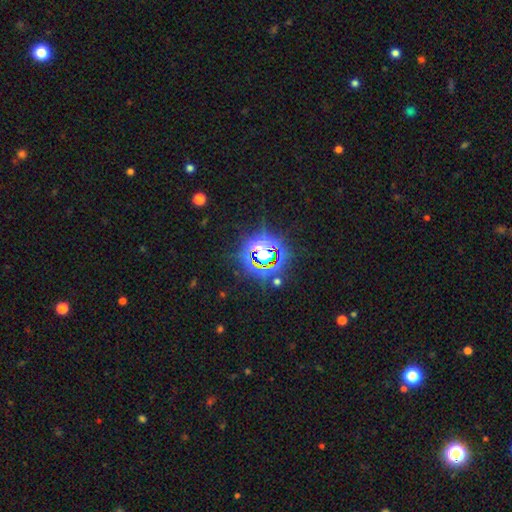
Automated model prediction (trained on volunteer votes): Smooth or featured? Predicted: star or artifact (p=0.84).